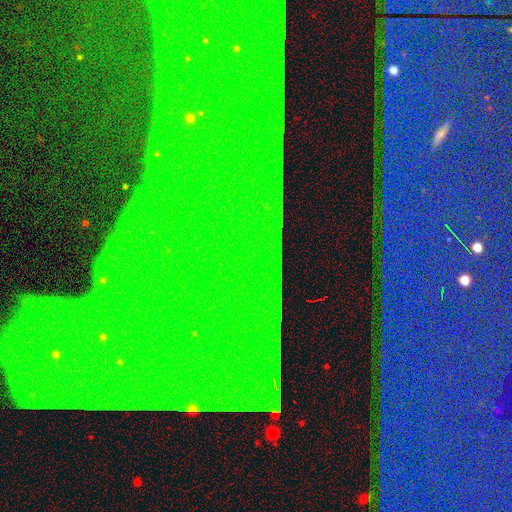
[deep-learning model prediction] Overall: star or artifact (85%).